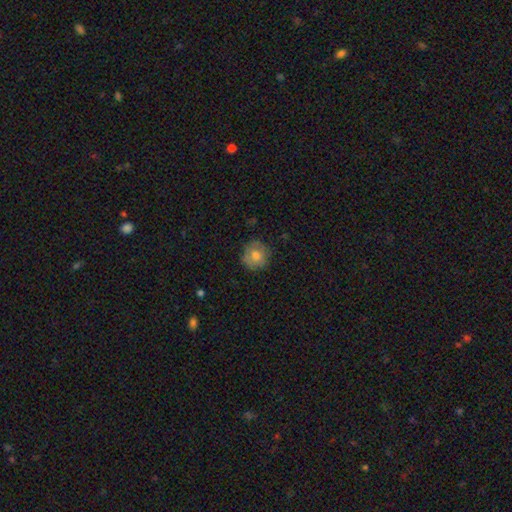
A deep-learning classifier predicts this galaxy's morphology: smooth 72%, featured or disk 19%, star or artifact 9%. Down the decision tree: how rounded — round (86%); merging — none (78%).